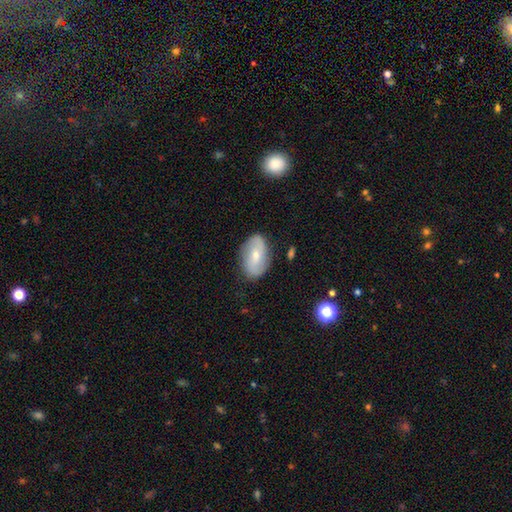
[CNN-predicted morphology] Smooth or featured? Predicted: featured or disk (p=0.51). Edge-on disk? Predicted: no (p=0.93). Merging? Predicted: none (p=0.80).